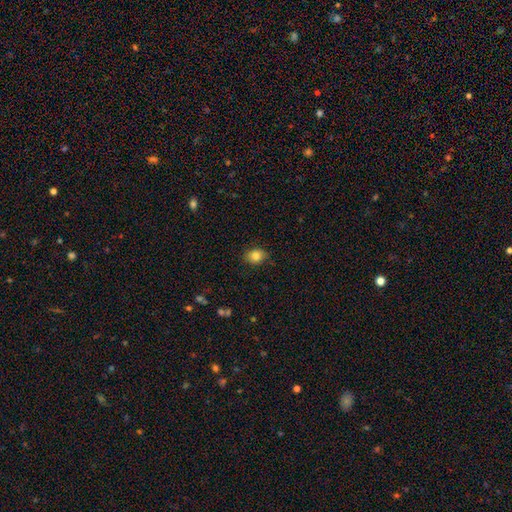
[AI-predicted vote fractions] Q: Smooth or featured?
A: smooth (85%); runner-up: star or artifact (10%)
Q: How rounded?
A: round (50%); tied with: in between (50%)
Q: Merging?
A: none (85%); runner-up: minor disturbance (12%)